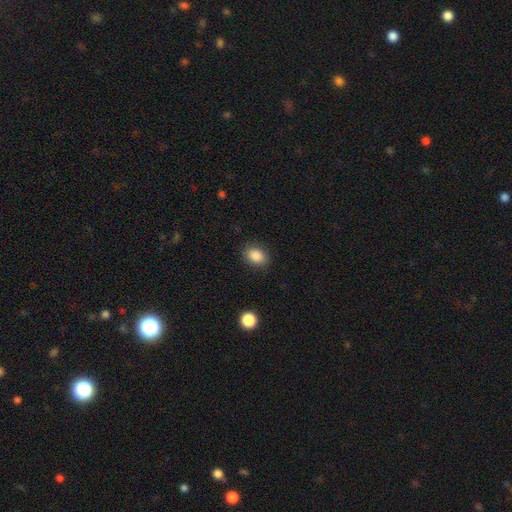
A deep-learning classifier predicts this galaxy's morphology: Smooth or featured: smooth — 87% (star or artifact — 9%)
How rounded: in between — 62% (round — 37%)
Merging: none — 86% (minor disturbance — 10%)